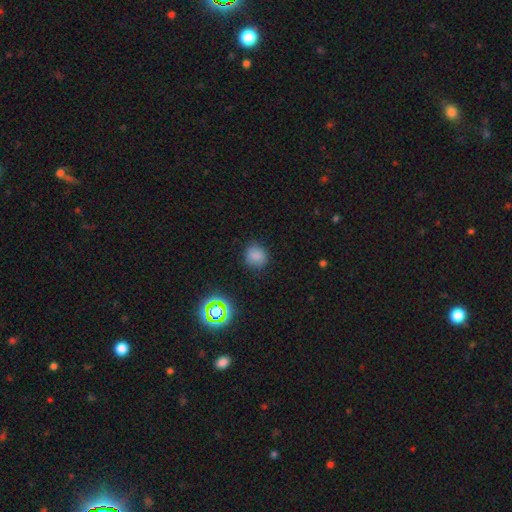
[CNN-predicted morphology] Smooth or featured?
  - smooth: 79% *
  - star or artifact: 16%
  - featured or disk: 5%
How rounded?
  - round: 74% *
  - in between: 25%
  - cigar-shaped: 1%
Merging?
  - none: 84% *
  - minor disturbance: 11%
  - major disturbance: 3%
  - merger: 1%